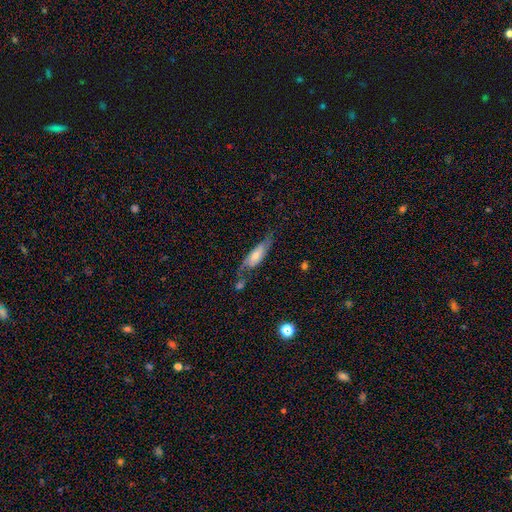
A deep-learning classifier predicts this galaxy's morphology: A featured or disk galaxy (51%). Merging: none (47%).